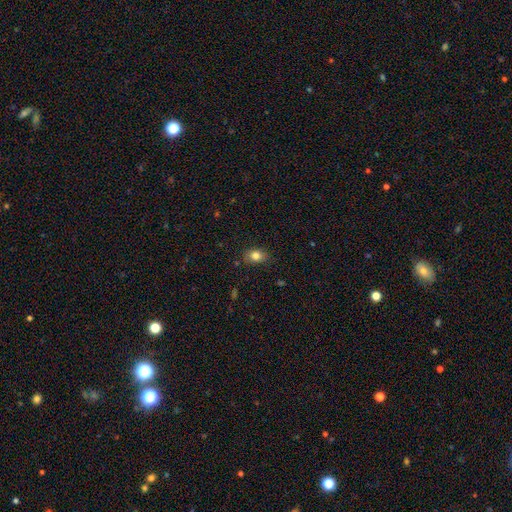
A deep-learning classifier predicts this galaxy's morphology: smooth-or-featured: smooth: 81% | star or artifact: 10% | featured or disk: 9%
  how-rounded: in between: 70% | round: 29% | cigar-shaped: 1%
  merging: none: 81% | minor disturbance: 15% | major disturbance: 3% | merger: 1%